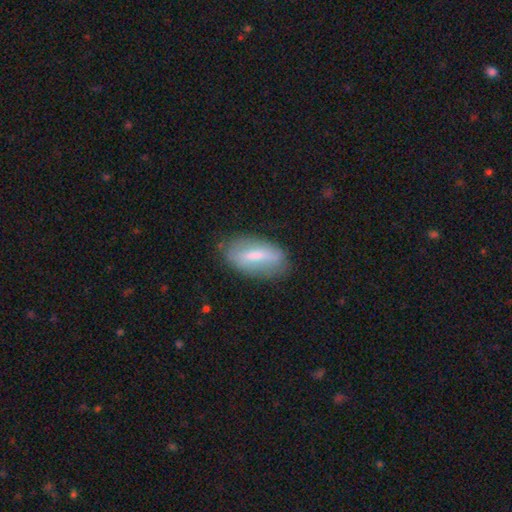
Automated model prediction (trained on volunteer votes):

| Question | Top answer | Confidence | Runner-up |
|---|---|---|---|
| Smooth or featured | smooth | 60% | featured or disk (33%) |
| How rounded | in between | 83% | cigar-shaped (14%) |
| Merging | none | 74% | minor disturbance (19%) |